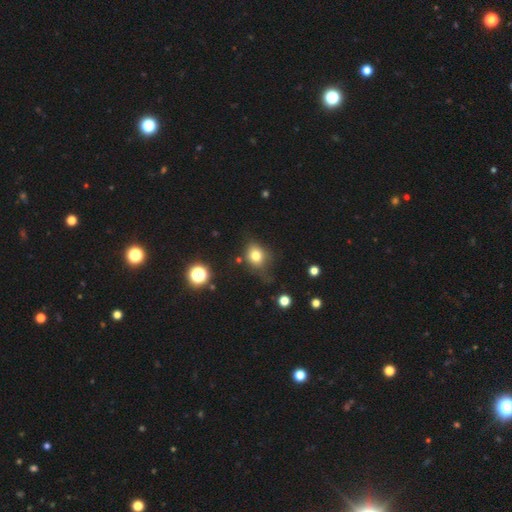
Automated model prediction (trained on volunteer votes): Smooth or featured?
  - smooth: 77% *
  - star or artifact: 13%
  - featured or disk: 10%
How rounded?
  - round: 59% *
  - in between: 40%
  - cigar-shaped: 1%
Merging?
  - none: 61% *
  - minor disturbance: 27%
  - major disturbance: 9%
  - merger: 4%